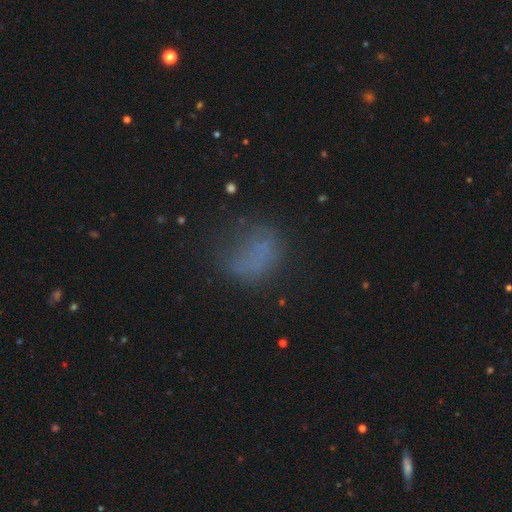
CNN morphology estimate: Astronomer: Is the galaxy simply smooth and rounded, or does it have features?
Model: smooth — 58%.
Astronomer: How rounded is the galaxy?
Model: in between — 53% (runner-up: round, 45%).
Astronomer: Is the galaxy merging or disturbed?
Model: none — 52%.